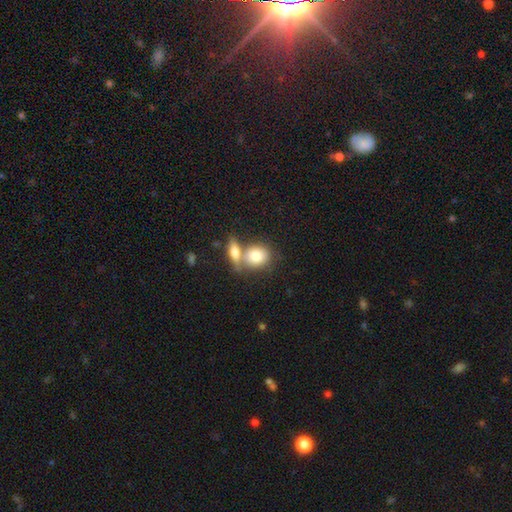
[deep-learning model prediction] Smooth or featured?
  - smooth: 79% *
  - featured or disk: 14%
  - star or artifact: 6%
How rounded?
  - in between: 50% *
  - round: 47%
  - cigar-shaped: 3%
Merging?
  - merger: 49% *
  - none: 38%
  - minor disturbance: 10%
  - major disturbance: 4%